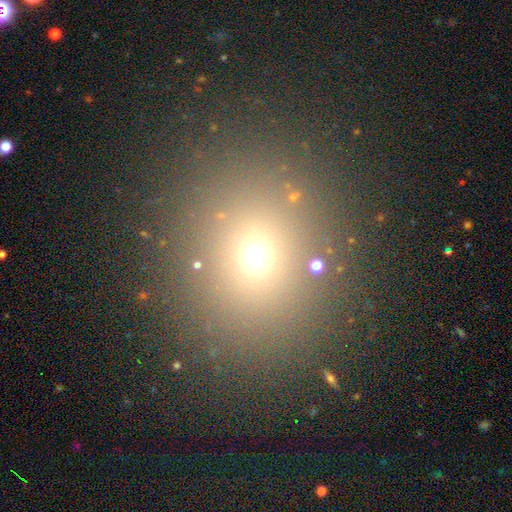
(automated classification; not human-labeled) smooth 65%, star or artifact 26%, featured or disk 9%. Down the decision tree: how rounded — round (79%); merging — none (86%).